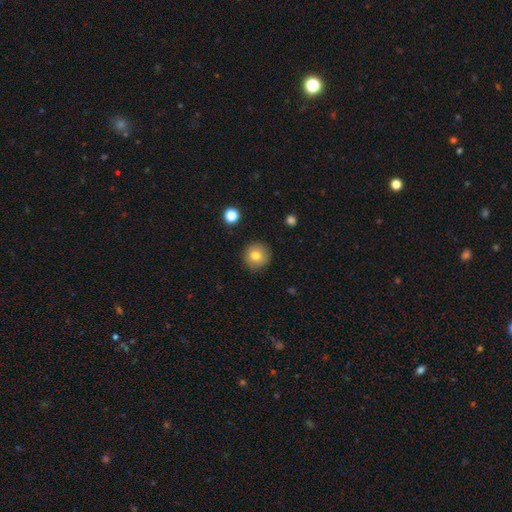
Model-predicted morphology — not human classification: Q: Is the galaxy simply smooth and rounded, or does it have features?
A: smooth — 78%.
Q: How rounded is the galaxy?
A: round — 94%.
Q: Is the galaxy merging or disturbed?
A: none — 89%.